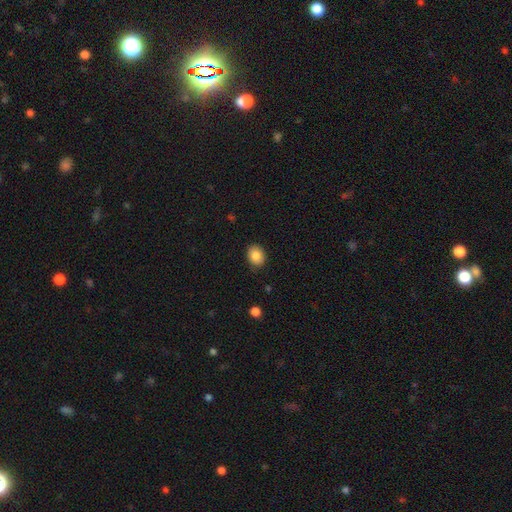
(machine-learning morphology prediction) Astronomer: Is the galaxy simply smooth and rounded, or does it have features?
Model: smooth — 86%.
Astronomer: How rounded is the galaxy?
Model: in between — 52% (runner-up: round, 47%).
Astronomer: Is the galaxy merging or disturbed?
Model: none — 86%.